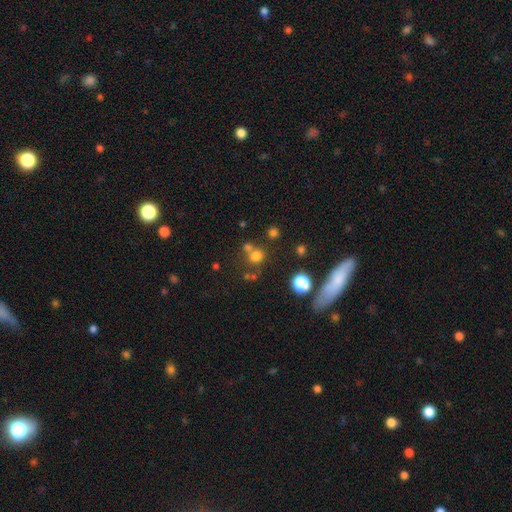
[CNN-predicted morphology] smooth_or_featured: smooth (p=0.70) [alt: star or artifact p=0.21]
how_rounded: round (p=0.86) [alt: in between p=0.13]
merging: none (p=0.58) [alt: merger p=0.28]